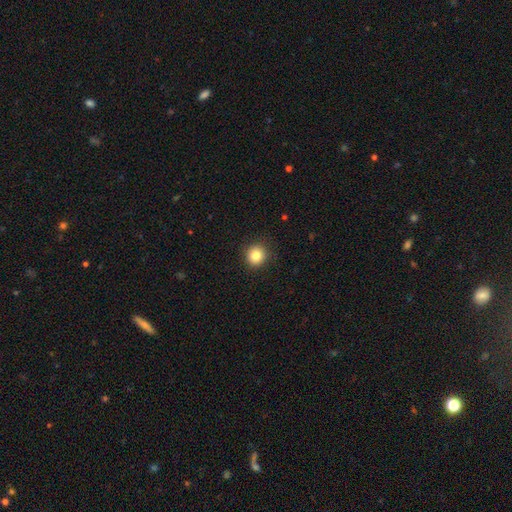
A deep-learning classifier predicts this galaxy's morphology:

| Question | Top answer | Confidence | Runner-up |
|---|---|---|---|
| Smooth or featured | smooth | 84% | star or artifact (10%) |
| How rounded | round | 90% | in between (9%) |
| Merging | none | 91% | minor disturbance (6%) |